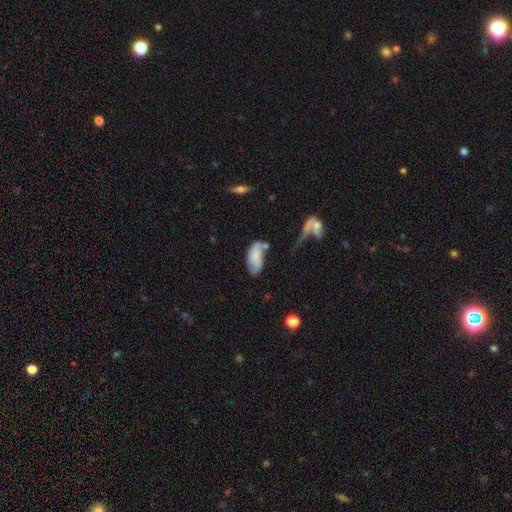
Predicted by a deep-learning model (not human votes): smooth_or_featured: smooth (p=0.61) [alt: featured or disk p=0.31]
how_rounded: in between (p=0.91) [alt: cigar-shaped p=0.06]
merging: none (p=0.40) [alt: minor disturbance p=0.28]